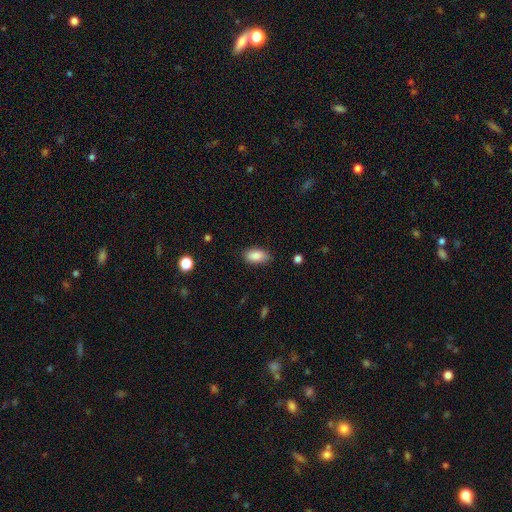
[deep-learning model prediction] smooth 87%, star or artifact 7%, featured or disk 6%. Down the decision tree: how rounded — in between (92%); merging — none (82%).